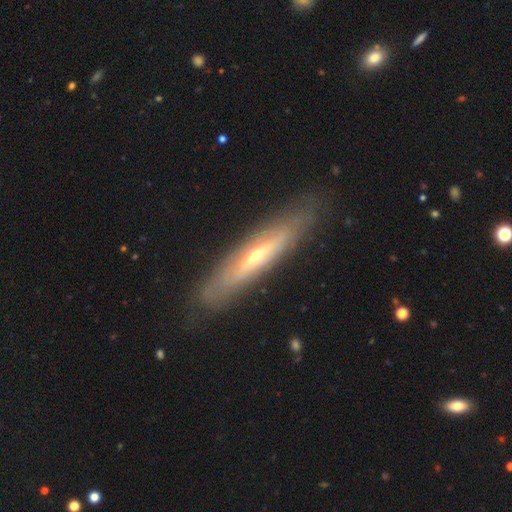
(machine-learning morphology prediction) featured or disk 69%, smooth 25%, star or artifact 6%. Down the decision tree: edge-on disk — yes (70%); merging — none (83%).